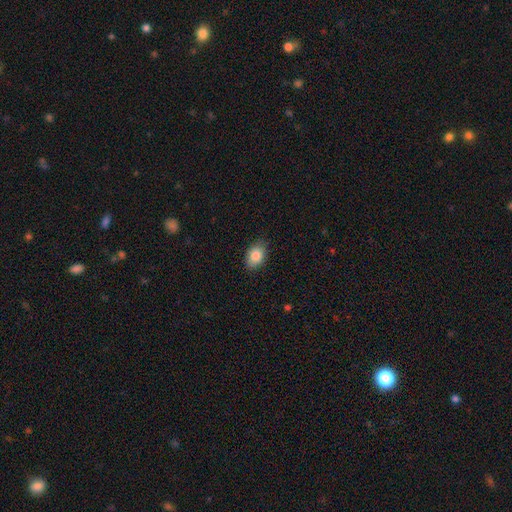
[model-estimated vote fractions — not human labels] smooth-or-featured: smooth: 85% | featured or disk: 7% | star or artifact: 7%
  how-rounded: in between: 86% | round: 13% | cigar-shaped: 1%
  merging: none: 84% | minor disturbance: 13% | major disturbance: 3% | merger: 1%